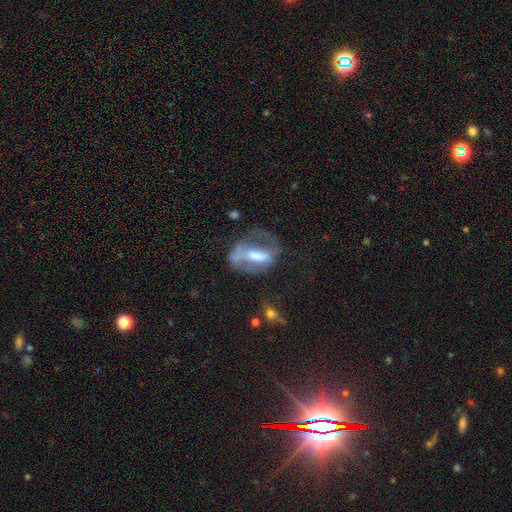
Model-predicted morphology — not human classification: Q: Smooth or featured?
A: featured or disk (55%); runner-up: smooth (35%)
Q: Edge-on disk?
A: no (90%); runner-up: yes (10%)
Q: Merging?
A: major disturbance (46%); runner-up: none (29%)